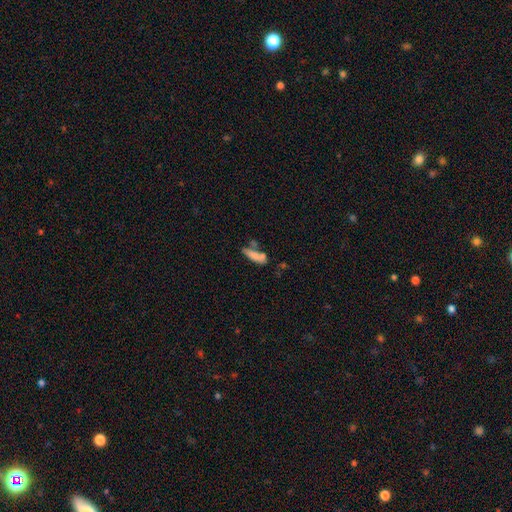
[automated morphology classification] type=smooth (76%); roundness=cigar-shaped (57%); merging=none (46%).